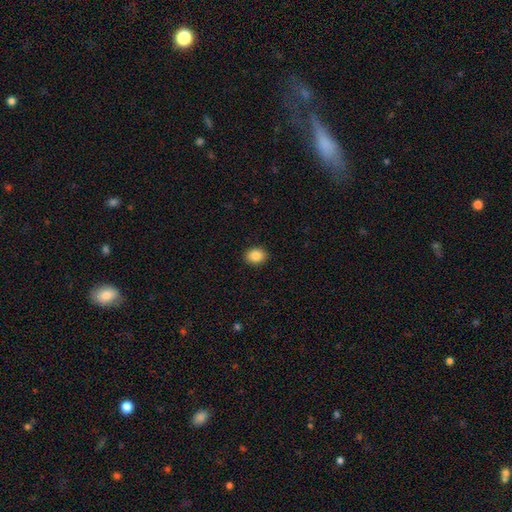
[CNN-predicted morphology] smooth-or-featured: smooth: 88% | star or artifact: 9% | featured or disk: 3%
  how-rounded: in between: 53% | round: 46% | cigar-shaped: 1%
  merging: none: 91% | minor disturbance: 7% | major disturbance: 2% | merger: 1%